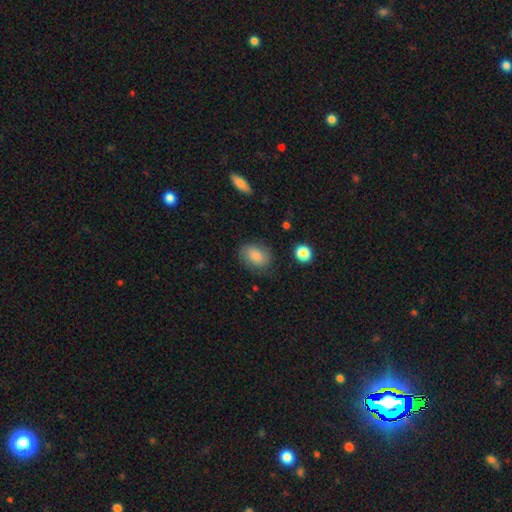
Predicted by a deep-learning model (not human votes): The model was most divided on "how rounded": in between: 68%, round: 31%, cigar-shaped: 1%. More confident: smooth or featured — smooth (80%); merging — none (78%).